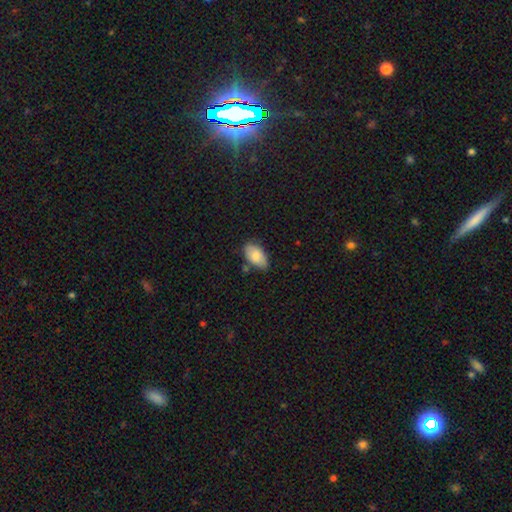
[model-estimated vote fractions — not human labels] The model was most divided on "merging": none: 71%, minor disturbance: 20%, merger: 5%, major disturbance: 3%. More confident: how rounded — in between (94%); smooth or featured — smooth (81%).